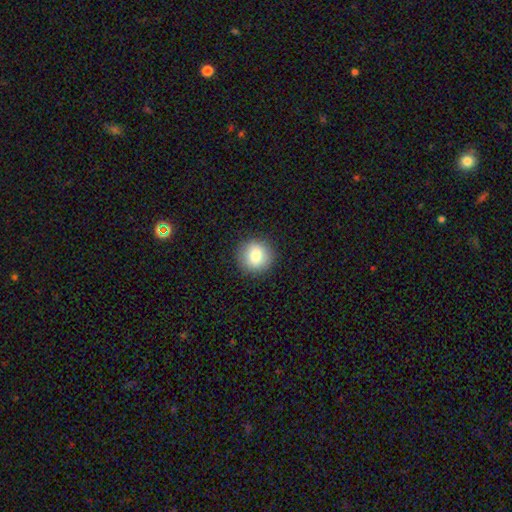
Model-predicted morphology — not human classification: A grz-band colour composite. It shows a smooth galaxy with no disk features (81%) that is round (93%). Merging: none (91%).